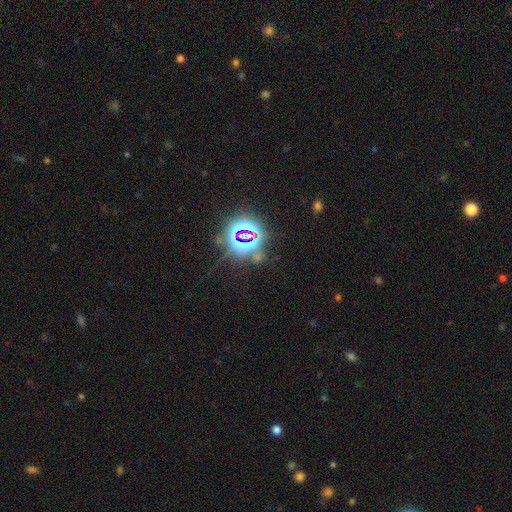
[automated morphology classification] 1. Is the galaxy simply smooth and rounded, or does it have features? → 82% star or artifact, 10% smooth, 8% featured or disk.